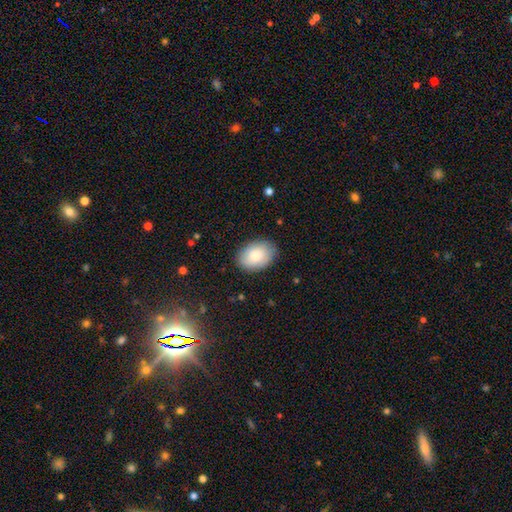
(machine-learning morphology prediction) Q: Smooth or featured?
A: smooth (85%); runner-up: featured or disk (9%)
Q: How rounded?
A: in between (87%); runner-up: round (12%)
Q: Merging?
A: none (85%); runner-up: minor disturbance (11%)